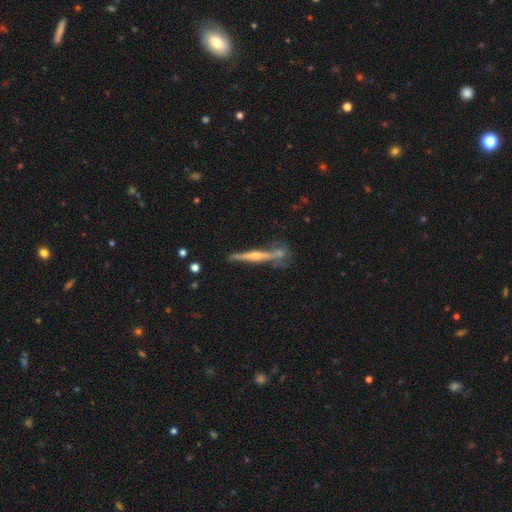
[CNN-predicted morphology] Smooth or featured?
  - featured or disk: 71% *
  - smooth: 20%
  - star or artifact: 9%
Edge-on disk?
  - yes: 94% *
  - no: 6%
Edge-on bulge?
  - rounded: 79% *
  - none: 14%
  - boxy: 7%
Merging?
  - none: 67% *
  - minor disturbance: 15%
  - merger: 13%
  - major disturbance: 5%